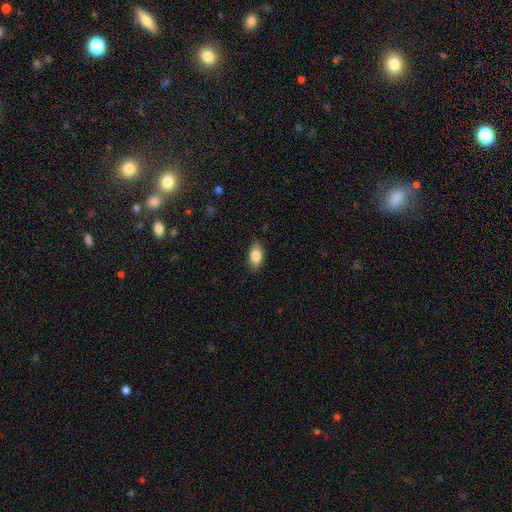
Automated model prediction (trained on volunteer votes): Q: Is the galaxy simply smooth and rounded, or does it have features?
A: smooth — 84%.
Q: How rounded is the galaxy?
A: in between — 91%.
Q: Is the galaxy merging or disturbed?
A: none — 85%.